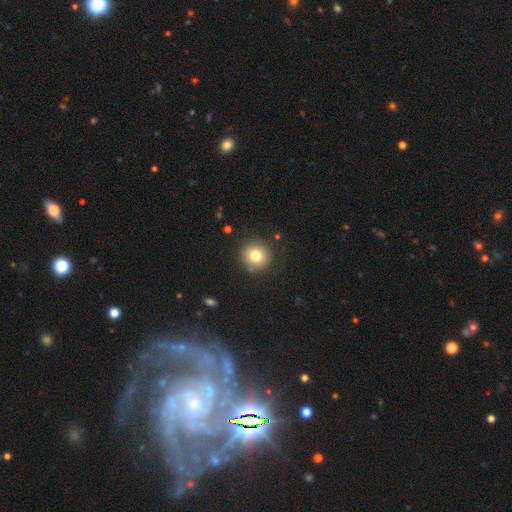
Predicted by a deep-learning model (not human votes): Smooth or featured?
  - smooth: 79% *
  - star or artifact: 11%
  - featured or disk: 10%
How rounded?
  - round: 94% *
  - in between: 5%
  - cigar-shaped: 1%
Merging?
  - none: 88% *
  - minor disturbance: 8%
  - major disturbance: 3%
  - merger: 2%